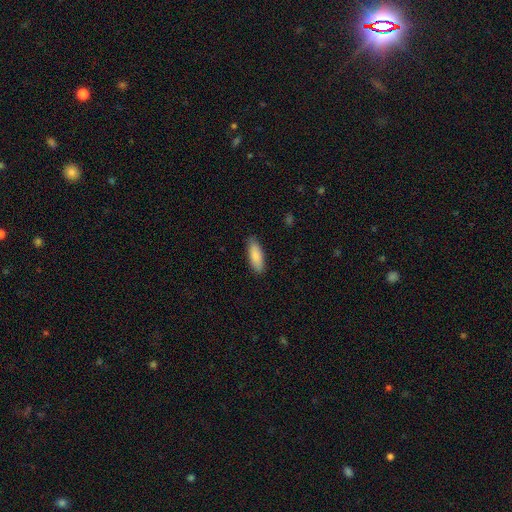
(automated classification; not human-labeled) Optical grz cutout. It shows a smooth galaxy with no disk features (86%) that is in between round and cigar-shaped (63%). Merging: none (88%).